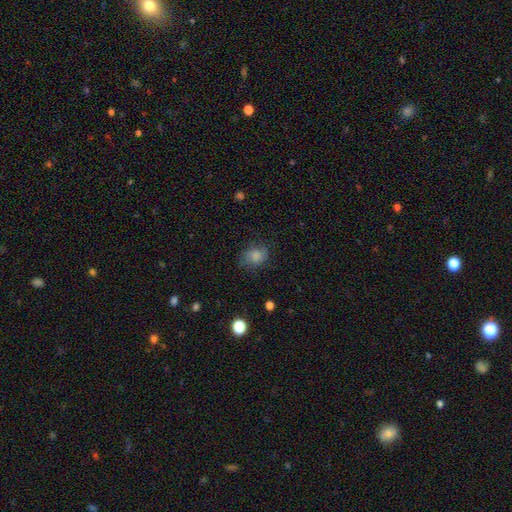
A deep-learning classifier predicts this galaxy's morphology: The model was most divided on "how rounded": round: 53%, in between: 46%, cigar-shaped: 1%. More confident: smooth or featured — smooth (75%); merging — none (67%).